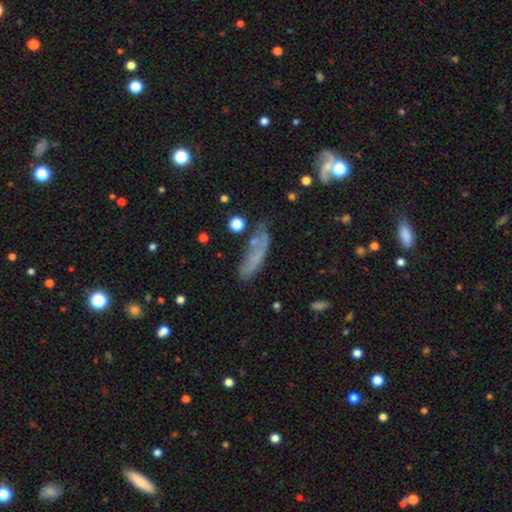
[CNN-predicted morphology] A smooth galaxy with no disk features (51%) that is cigar-shaped (58%). Merging: none (43%).